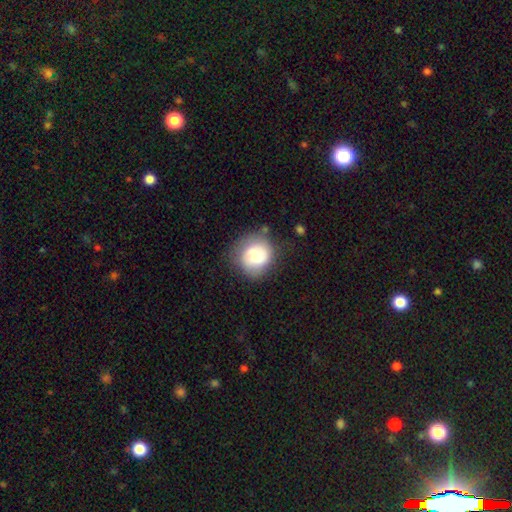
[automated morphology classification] This is likely a smooth galaxy (62%). How rounded: clearly round (82%). Merging: possibly none (59%).